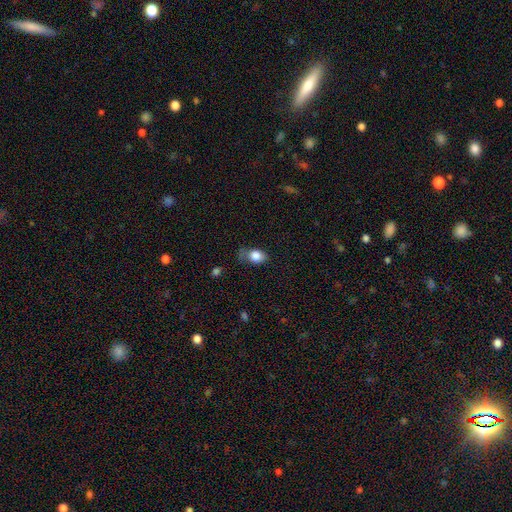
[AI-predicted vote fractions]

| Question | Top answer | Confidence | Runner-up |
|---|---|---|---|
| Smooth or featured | smooth | 82% | featured or disk (9%) |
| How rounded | in between | 71% | round (27%) |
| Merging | none | 45% | minor disturbance (36%) |